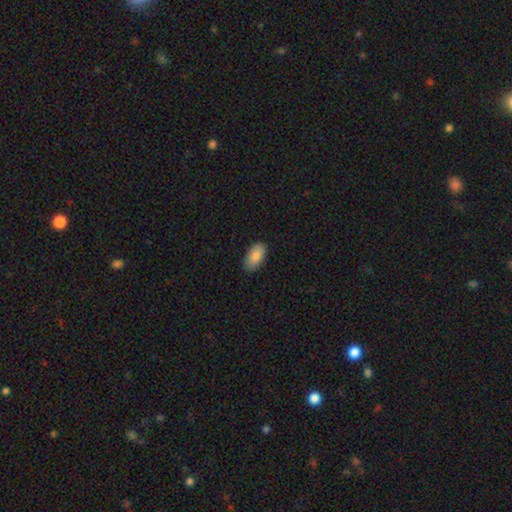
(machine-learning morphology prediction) This appears to be a smooth galaxy with no disk features (86%) that is in between round and cigar-shaped (94%). Merging: none (87%).